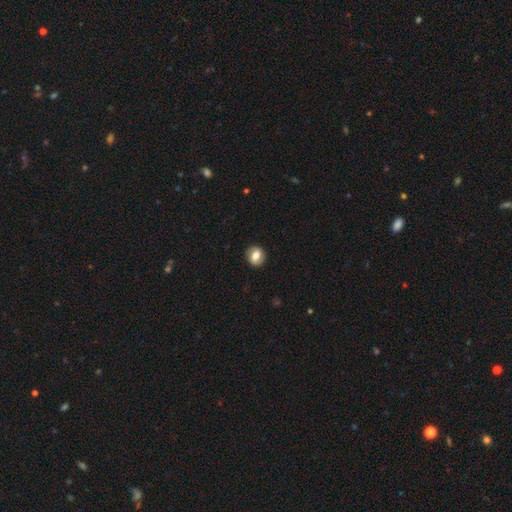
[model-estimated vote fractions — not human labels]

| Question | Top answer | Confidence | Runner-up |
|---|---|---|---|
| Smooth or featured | smooth | 67% | featured or disk (25%) |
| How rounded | round | 72% | in between (27%) |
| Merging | none | 88% | minor disturbance (8%) |